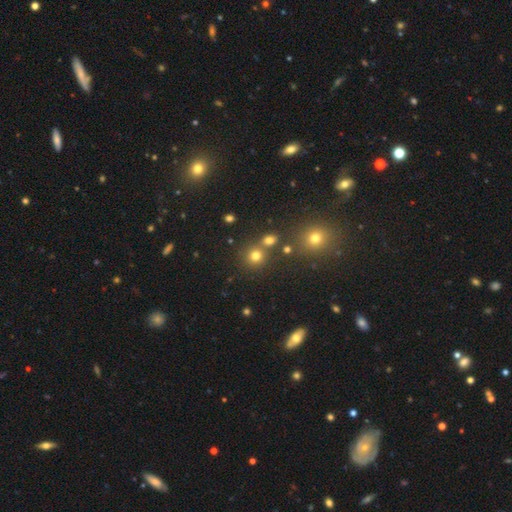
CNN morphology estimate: smooth_or_featured: smooth (p=0.74) [alt: star or artifact p=0.19]
how_rounded: round (p=0.88) [alt: in between p=0.11]
merging: none (p=0.69) [alt: merger p=0.20]